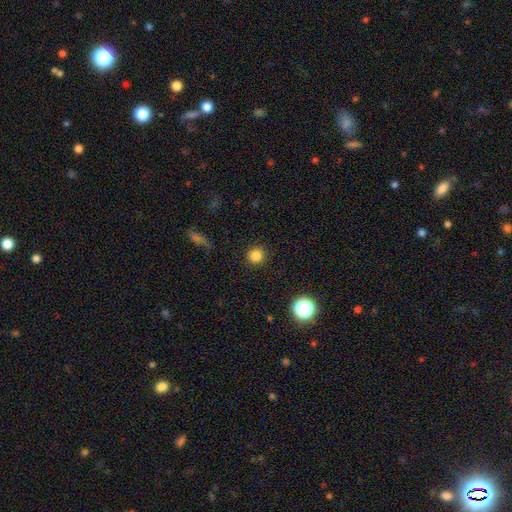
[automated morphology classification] This appears to be a smooth galaxy with no disk features (83%) that is round (94%). Merging: none (90%).